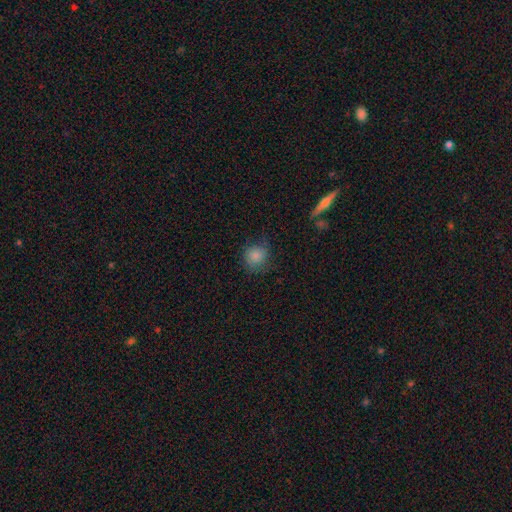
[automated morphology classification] Smooth or featured: smooth — 81% (star or artifact — 10%)
How rounded: round — 85% (in between — 14%)
Merging: none — 69% (minor disturbance — 21%)